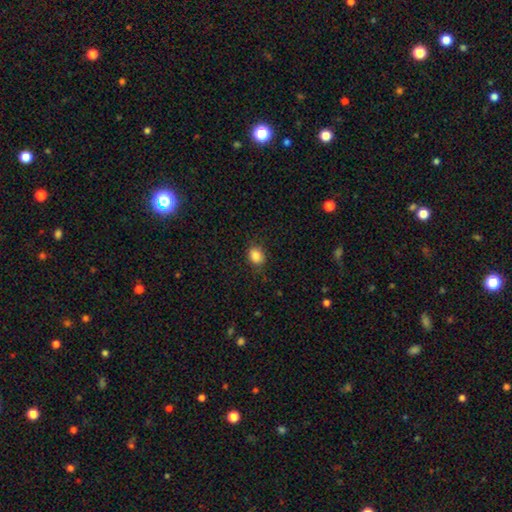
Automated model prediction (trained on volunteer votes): Q: Smooth or featured?
A: smooth (86%); runner-up: star or artifact (9%)
Q: How rounded?
A: in between (53%); runner-up: round (46%)
Q: Merging?
A: none (81%); runner-up: minor disturbance (14%)